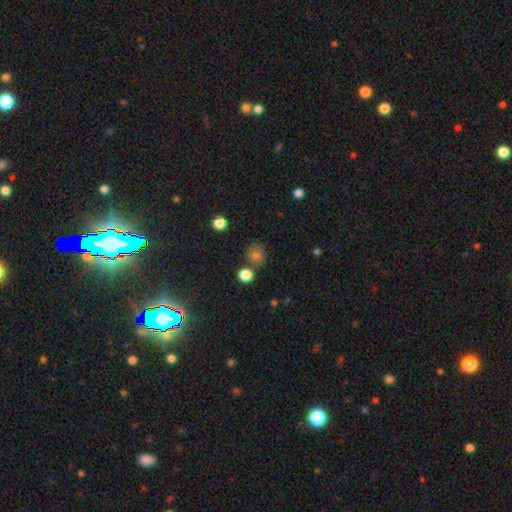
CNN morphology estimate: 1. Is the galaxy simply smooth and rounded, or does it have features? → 63% smooth, 27% star or artifact, 9% featured or disk.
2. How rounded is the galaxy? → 79% round, 20% in between, 1% cigar-shaped.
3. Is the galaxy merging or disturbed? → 75% none, 11% minor disturbance, 10% merger, 4% major disturbance.